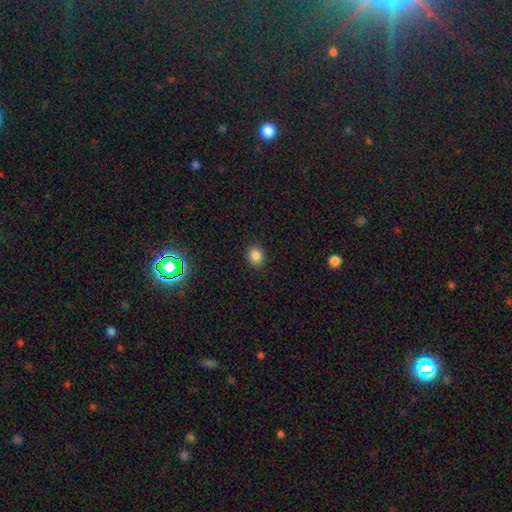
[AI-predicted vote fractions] Morphology: type=smooth (84%); roundness=round (65%); merging=none (90%).